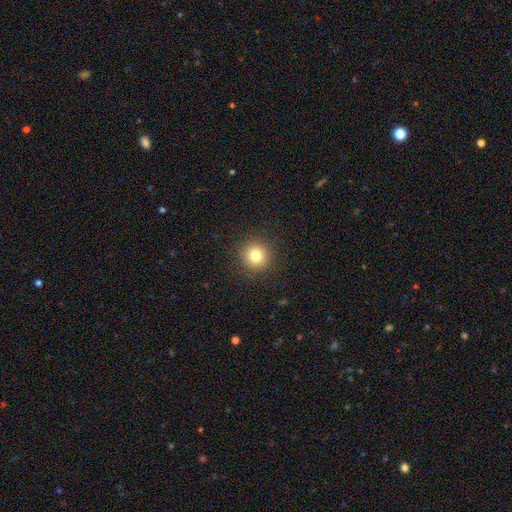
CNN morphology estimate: smooth-or-featured: smooth: 80% | star or artifact: 13% | featured or disk: 7%
  how-rounded: round: 95% | in between: 4% | cigar-shaped: 1%
  merging: none: 91% | minor disturbance: 6% | major disturbance: 2% | merger: 1%